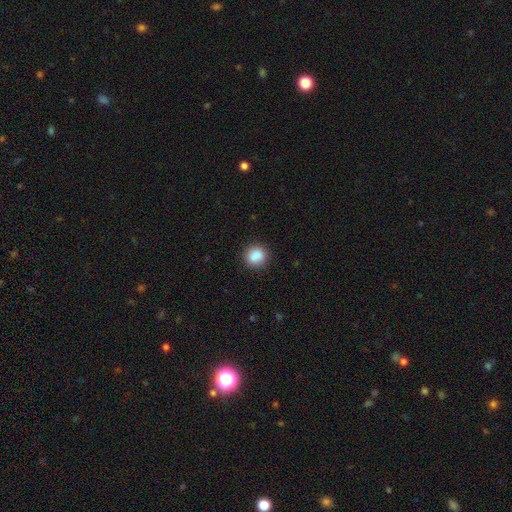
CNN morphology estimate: smooth-or-featured: smooth: 87% | star or artifact: 9% | featured or disk: 4%
  how-rounded: round: 81% | in between: 18% | cigar-shaped: 1%
  merging: none: 87% | minor disturbance: 9% | major disturbance: 2% | merger: 1%